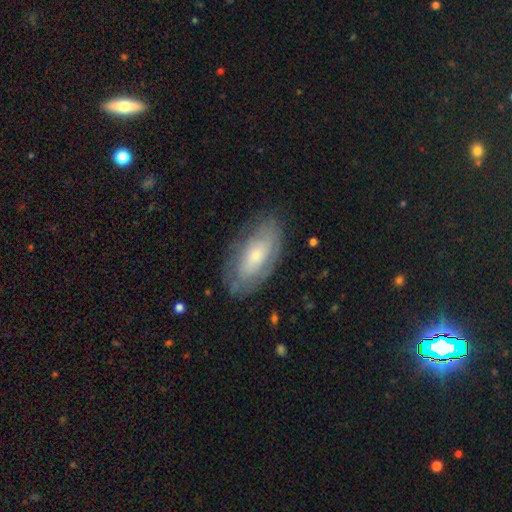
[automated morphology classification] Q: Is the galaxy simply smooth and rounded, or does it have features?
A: smooth — 50%.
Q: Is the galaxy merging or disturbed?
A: none — 74%.